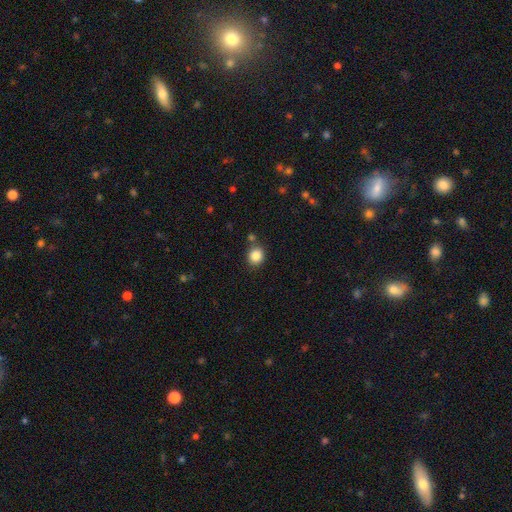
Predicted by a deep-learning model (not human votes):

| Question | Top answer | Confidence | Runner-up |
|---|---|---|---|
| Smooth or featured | smooth | 85% | star or artifact (10%) |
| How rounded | round | 79% | in between (20%) |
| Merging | none | 80% | minor disturbance (10%) |